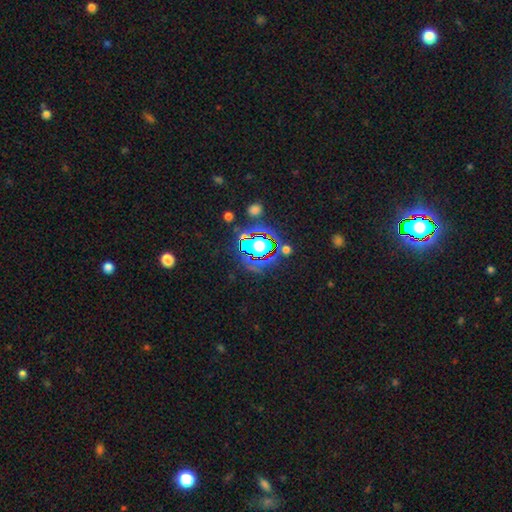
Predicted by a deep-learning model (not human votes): Q: Smooth or featured?
A: star or artifact (81%); runner-up: smooth (11%)